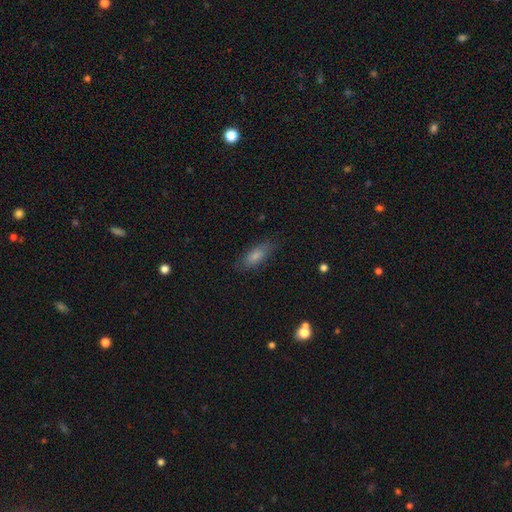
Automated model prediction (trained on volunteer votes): Q: Smooth or featured?
A: smooth (74%); runner-up: featured or disk (18%)
Q: How rounded?
A: in between (77%); runner-up: cigar-shaped (20%)
Q: Merging?
A: none (78%); runner-up: minor disturbance (17%)